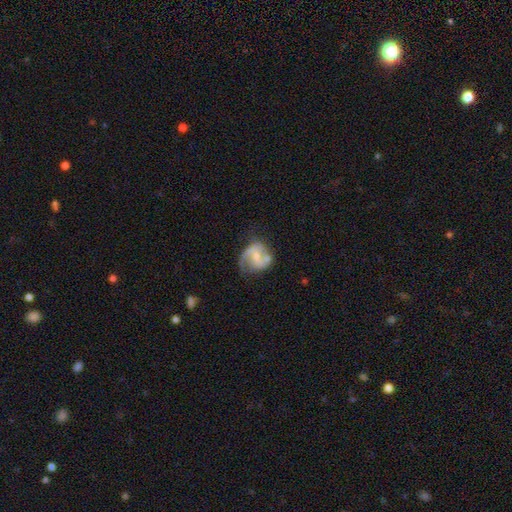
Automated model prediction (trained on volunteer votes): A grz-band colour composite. It shows a featured or disk galaxy (76%) with a weak bar (49%), 2 (76%) medium (49%) spiral arms (90%) and a small central bulge (47%). Merging: none (49%).